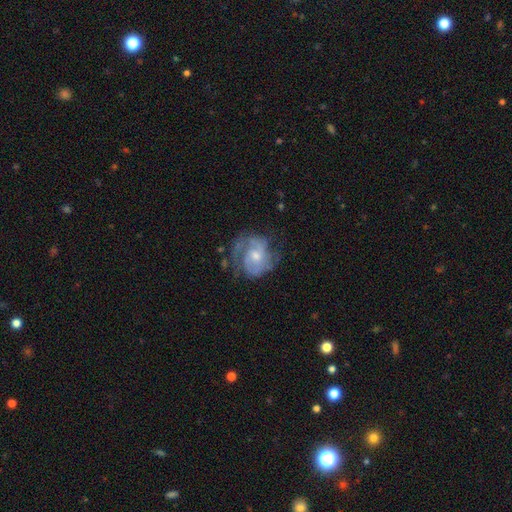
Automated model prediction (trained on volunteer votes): A featured or disk galaxy (79%) with no bar (65%), 2 (51%) tight (43%) spiral arms (91%) and a small central bulge (49%).

Vote fractions:
- Smooth or featured? featured or disk: 79% / smooth: 15% / star or artifact: 6%
- Edge-on disk? no: 98% / yes: 2%
- Bar? no: 65% / weak: 31% / strong: 5%
- Spiral arms? yes: 91% / no: 9%
- Spiral winding? tight: 43% / medium: 42% / loose: 15%
- Spiral arm count? 2: 51% / can't tell: 22% / 3: 12% / 1: 9% / 4: 3% / more than 4: 3%
- Bulge size? small: 49% / moderate: 45% / large: 3% / none: 3% / dominant: 1%
- Merging? none: 57% / minor disturbance: 23% / major disturbance: 18% / merger: 2%